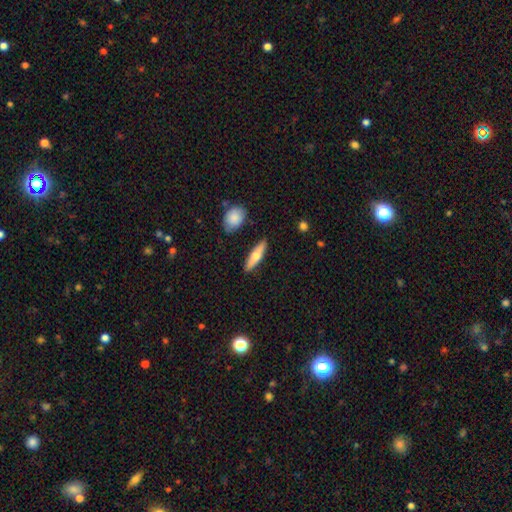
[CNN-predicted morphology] smooth_or_featured: smooth (p=0.56) [alt: featured or disk p=0.38]
how_rounded: cigar-shaped (p=0.66) [alt: in between p=0.31]
merging: none (p=0.87) [alt: minor disturbance p=0.09]